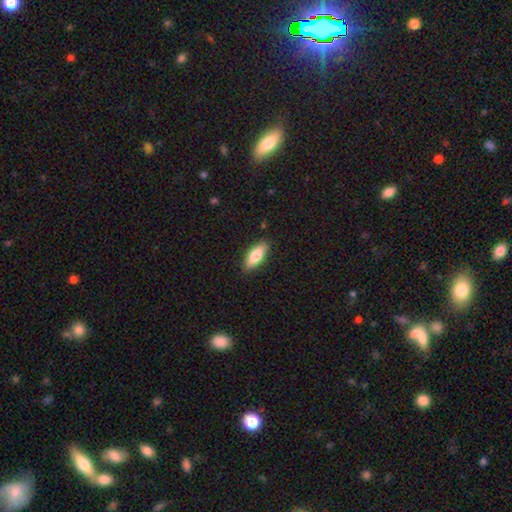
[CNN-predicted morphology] Smooth or featured: smooth — 76% (featured or disk — 18%)
How rounded: in between — 71% (cigar-shaped — 26%)
Merging: none — 87% (minor disturbance — 10%)